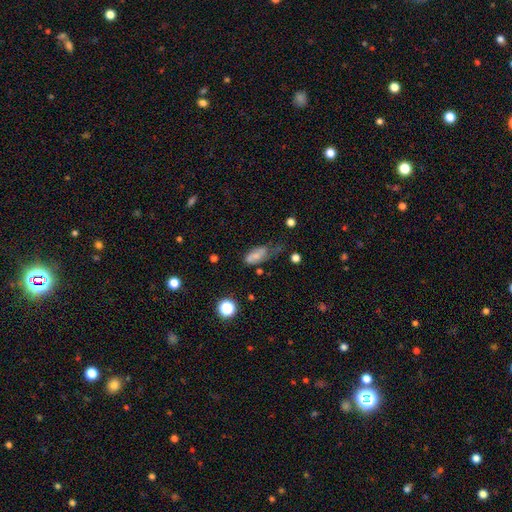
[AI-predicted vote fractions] smooth_or_featured: smooth (p=0.66) [alt: featured or disk p=0.23]
how_rounded: in between (p=0.83) [alt: cigar-shaped p=0.11]
merging: minor disturbance (p=0.37) [alt: none p=0.34]